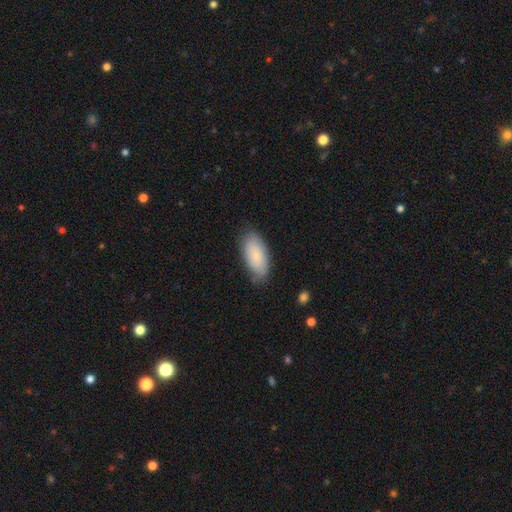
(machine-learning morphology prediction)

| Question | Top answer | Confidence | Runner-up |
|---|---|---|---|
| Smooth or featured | smooth | 81% | featured or disk (13%) |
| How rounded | in between | 91% | cigar-shaped (7%) |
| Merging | none | 75% | minor disturbance (20%) |